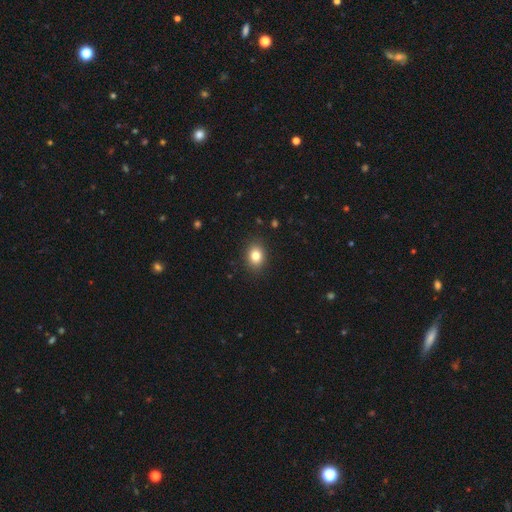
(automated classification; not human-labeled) This is clearly a smooth galaxy (82%). How rounded: possibly in between (58%). Merging: clearly none (89%).